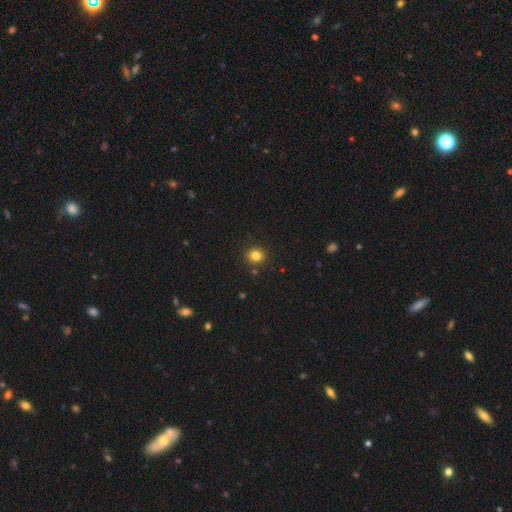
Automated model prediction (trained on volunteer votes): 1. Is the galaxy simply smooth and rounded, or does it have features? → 82% smooth, 13% star or artifact, 5% featured or disk.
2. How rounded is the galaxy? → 85% round, 14% in between, 1% cigar-shaped.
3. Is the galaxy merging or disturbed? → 89% none, 6% minor disturbance, 3% merger, 2% major disturbance.